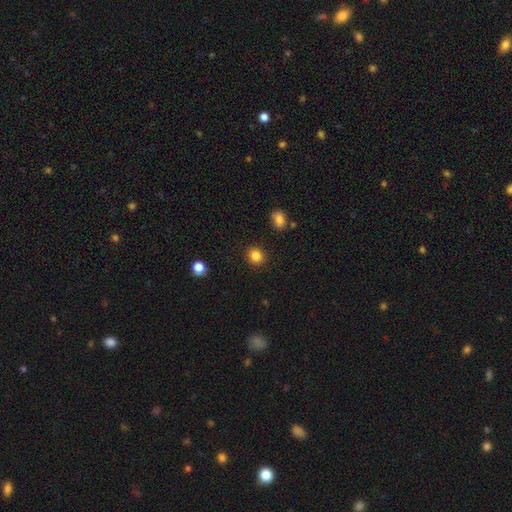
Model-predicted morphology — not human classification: Q: Smooth or featured?
A: smooth (85%); runner-up: star or artifact (11%)
Q: How rounded?
A: round (85%); runner-up: in between (14%)
Q: Merging?
A: none (90%); runner-up: minor disturbance (6%)